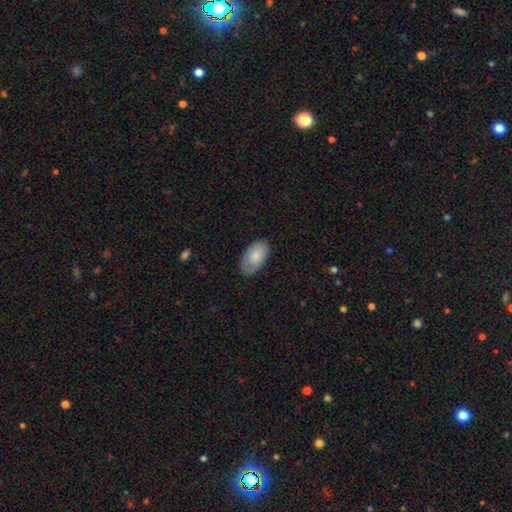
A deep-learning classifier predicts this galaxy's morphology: This is likely a smooth galaxy (76%). How rounded: clearly in between (95%). Merging: likely none (72%).